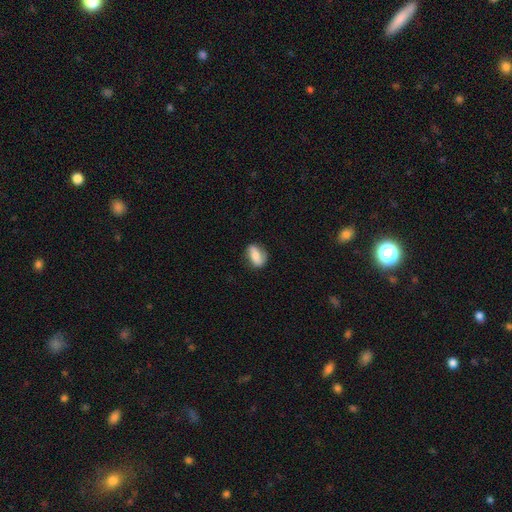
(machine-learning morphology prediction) smooth_or_featured: smooth (p=0.51) [alt: featured or disk p=0.41]
how_rounded: in between (p=0.80) [alt: round p=0.14]
merging: none (p=0.72) [alt: minor disturbance p=0.20]